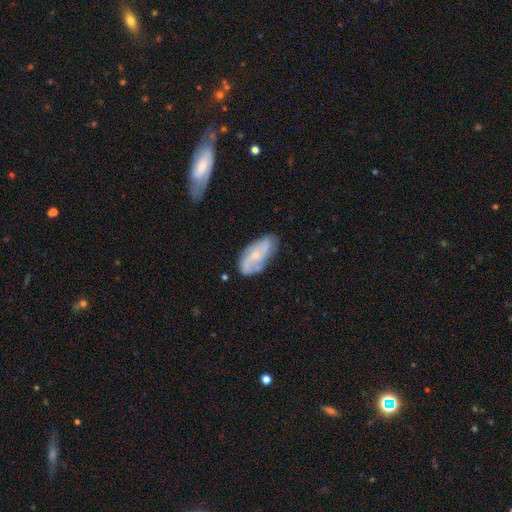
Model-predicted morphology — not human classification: Smooth or featured: featured or disk — 69% (smooth — 24%)
Edge-on disk: no — 94% (yes — 6%)
Bar: no — 60% (weak — 32%)
Spiral arms: yes — 87% (no — 13%)
Spiral winding: medium — 41% (loose — 37%)
Spiral arm count: 2 — 58% (can't tell — 20%)
Bulge size: small — 67% (moderate — 26%)
Merging: none — 64% (minor disturbance — 25%)